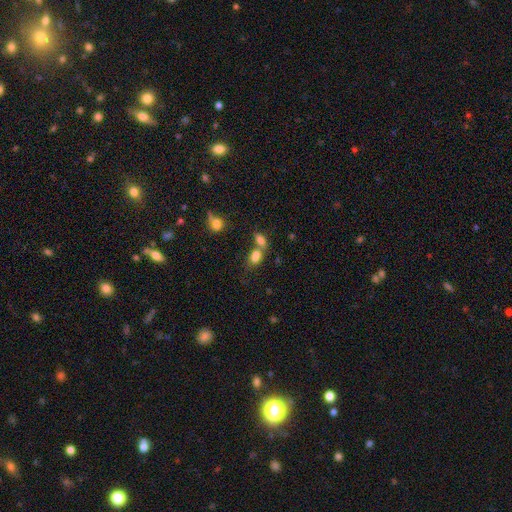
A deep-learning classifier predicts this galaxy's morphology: Q: Smooth or featured?
A: smooth (79%); runner-up: star or artifact (12%)
Q: How rounded?
A: in between (79%); runner-up: round (18%)
Q: Merging?
A: merger (54%); runner-up: none (31%)